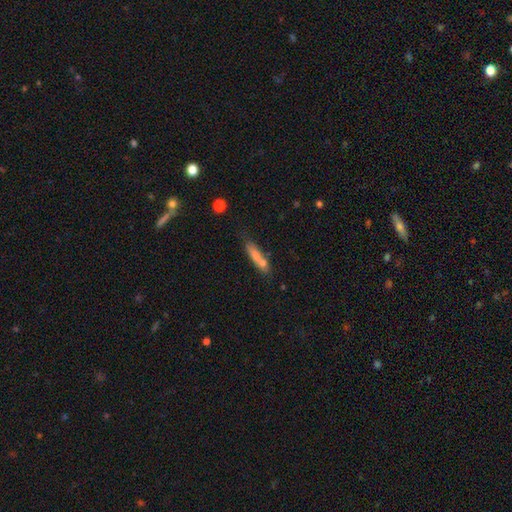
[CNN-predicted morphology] type=smooth (69%); roundness=cigar-shaped (76%); merging=none (59%).